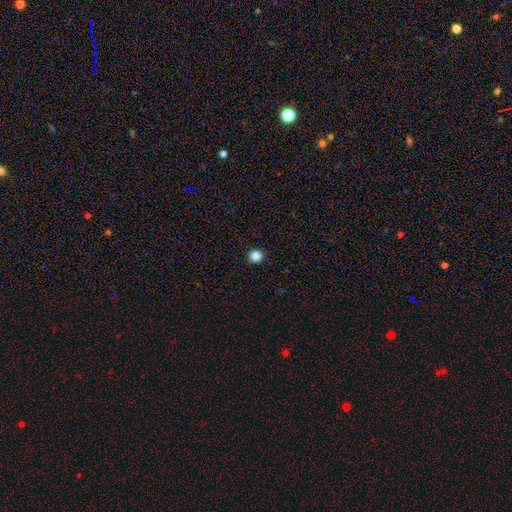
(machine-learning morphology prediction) smooth_or_featured: smooth (p=0.84) [alt: star or artifact p=0.12]
how_rounded: round (p=0.90) [alt: in between p=0.09]
merging: none (p=0.93) [alt: minor disturbance p=0.04]